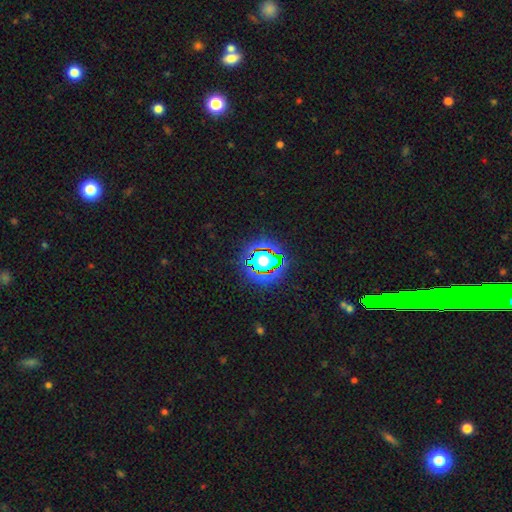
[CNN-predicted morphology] A star or artifact, not a galaxy (79%).

Vote fractions:
- Smooth or featured? star or artifact: 79% / smooth: 12% / featured or disk: 9%